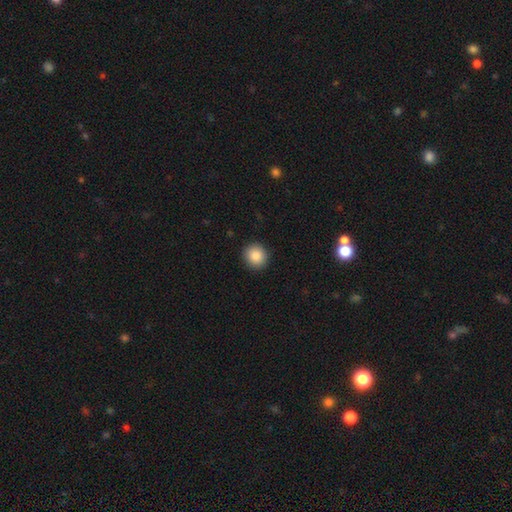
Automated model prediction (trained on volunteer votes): The model was most divided on "smooth or featured": smooth: 87%, star or artifact: 8%, featured or disk: 4%. More confident: merging — none (92%); how rounded — round (90%).